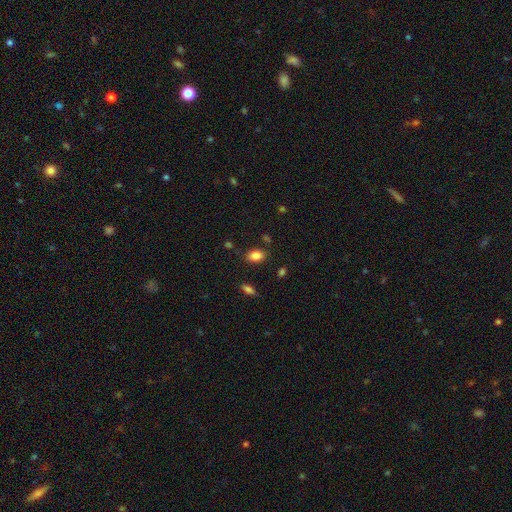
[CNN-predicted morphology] Q: Smooth or featured?
A: smooth (85%); runner-up: star or artifact (10%)
Q: How rounded?
A: in between (86%); runner-up: round (13%)
Q: Merging?
A: none (82%); runner-up: minor disturbance (12%)